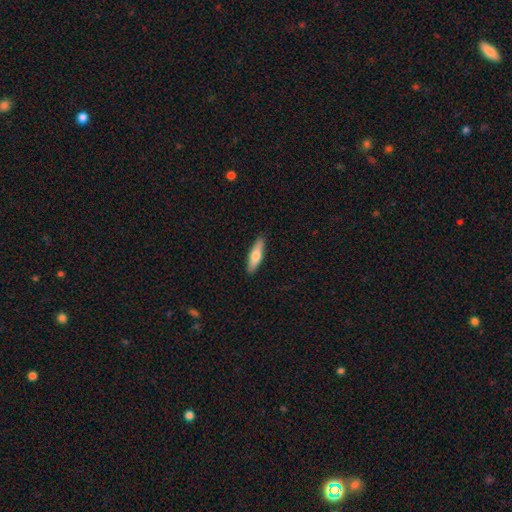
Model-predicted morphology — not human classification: The model was most divided on "how rounded": cigar-shaped: 65%, in between: 33%, round: 2%. More confident: merging — none (89%); smooth or featured — smooth (68%).